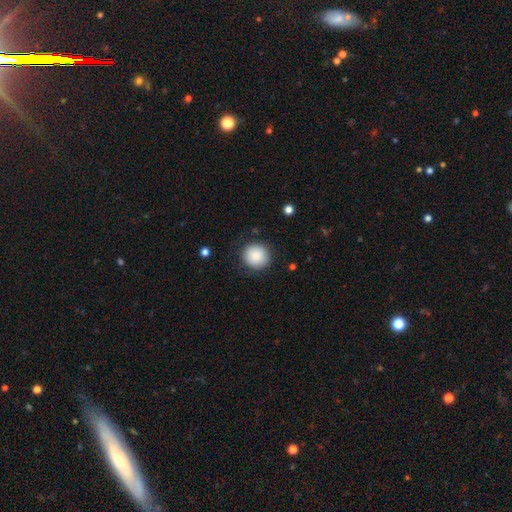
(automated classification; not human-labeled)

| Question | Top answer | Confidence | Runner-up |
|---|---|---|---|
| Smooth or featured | smooth | 87% | star or artifact (8%) |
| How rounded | round | 93% | in between (6%) |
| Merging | none | 87% | minor disturbance (9%) |